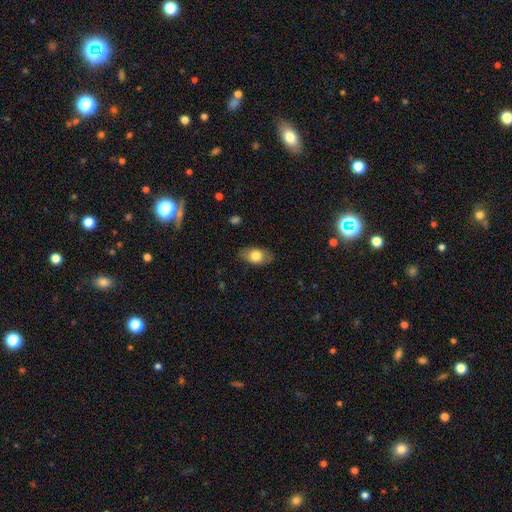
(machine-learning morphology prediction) Overall: smooth (77%). How rounded: in between (89%). Merging: none (82%).